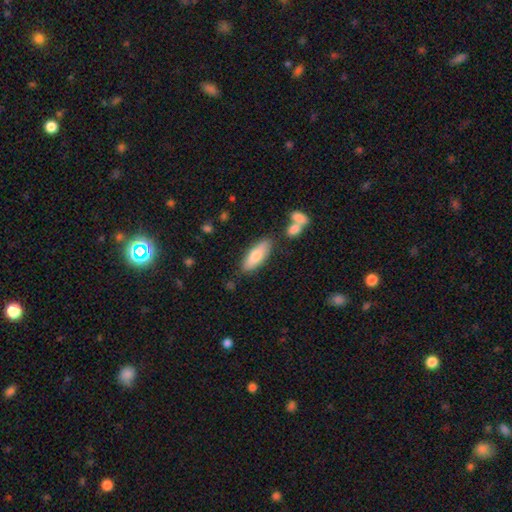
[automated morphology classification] Smooth or featured? Predicted: smooth (p=0.75). How rounded? Predicted: in between (p=0.62). Merging? Predicted: none (p=0.79).